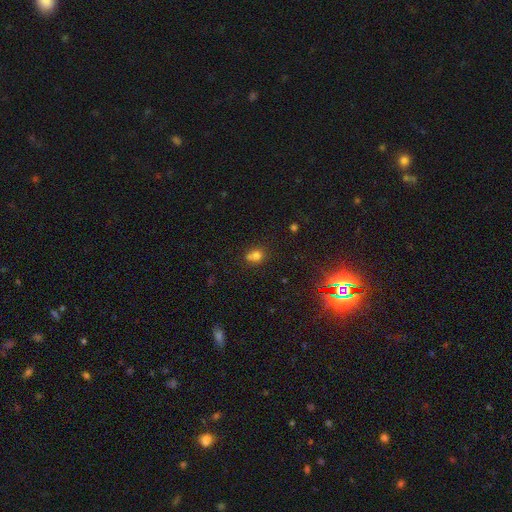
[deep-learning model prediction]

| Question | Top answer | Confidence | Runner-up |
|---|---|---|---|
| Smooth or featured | smooth | 72% | star or artifact (17%) |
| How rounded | round | 76% | in between (23%) |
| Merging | none | 47% | merger (39%) |